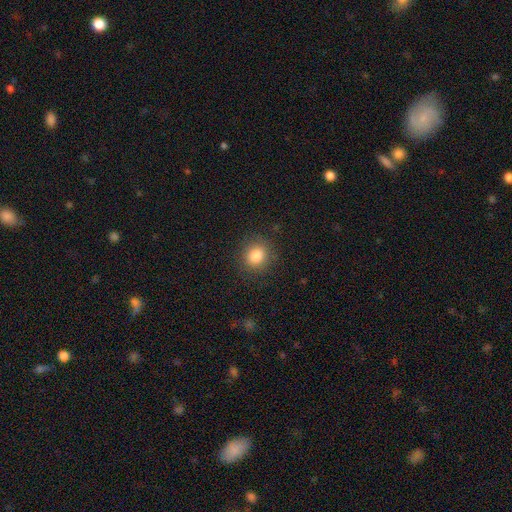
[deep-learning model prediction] A smooth galaxy with no disk features (83%) that is round (87%).

Vote fractions:
- Smooth or featured? smooth: 83% / star or artifact: 11% / featured or disk: 6%
- How rounded? round: 87% / in between: 12% / cigar-shaped: 1%
- Merging? none: 88% / minor disturbance: 8% / major disturbance: 3% / merger: 1%